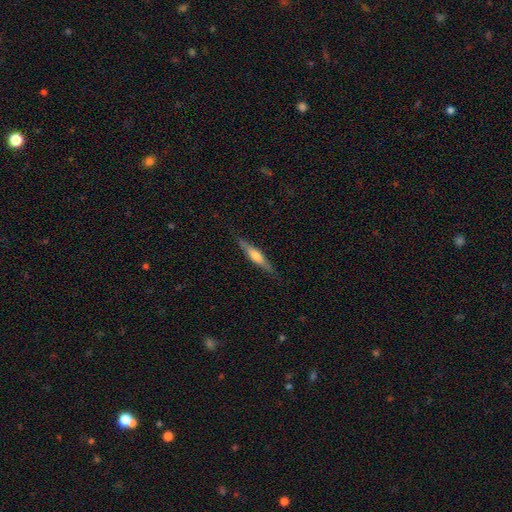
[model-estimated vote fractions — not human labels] Q: Smooth or featured?
A: featured or disk (54%); runner-up: smooth (41%)
Q: Edge-on disk?
A: yes (95%); runner-up: no (5%)
Q: Edge-on bulge?
A: rounded (69%); runner-up: boxy (19%)
Q: Merging?
A: none (86%); runner-up: minor disturbance (11%)